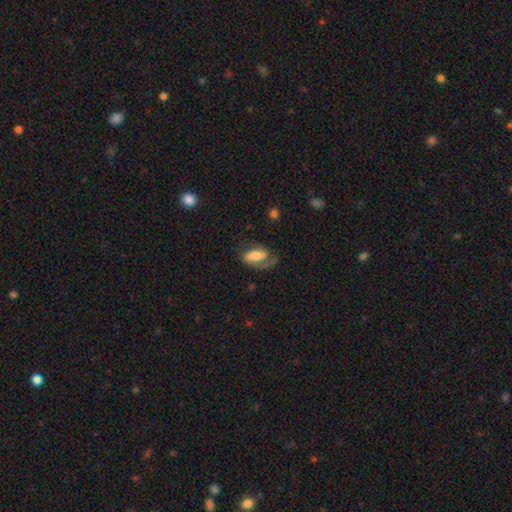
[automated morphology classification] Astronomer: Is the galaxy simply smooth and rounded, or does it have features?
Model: featured or disk — 52% (runner-up: smooth, 41%).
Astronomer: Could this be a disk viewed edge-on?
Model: no — 91%.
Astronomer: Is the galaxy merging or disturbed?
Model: none — 46% (runner-up: major disturbance, 29%).